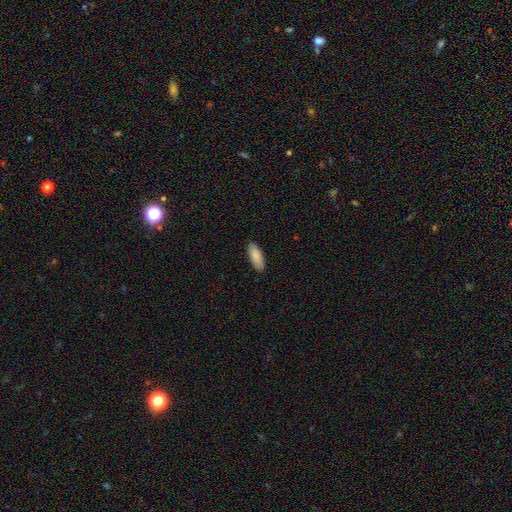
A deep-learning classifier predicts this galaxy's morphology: Smooth or featured: smooth — 89% (featured or disk — 6%)
How rounded: in between — 75% (cigar-shaped — 24%)
Merging: none — 87% (minor disturbance — 11%)